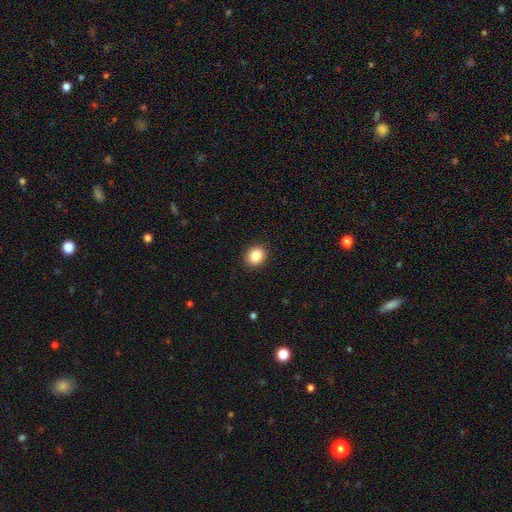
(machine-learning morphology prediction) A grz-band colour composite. It shows a smooth galaxy with no disk features (86%) that is round (62%). Merging: none (91%).